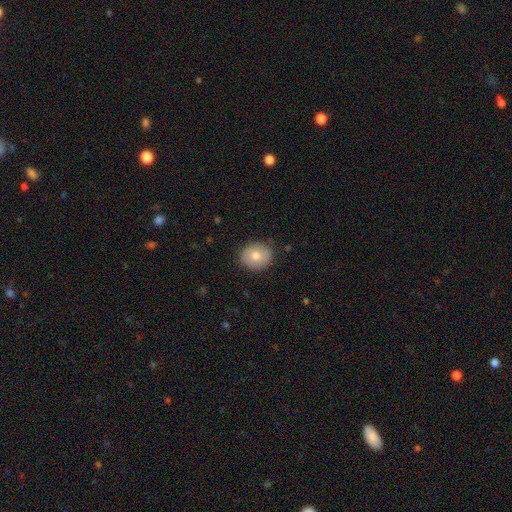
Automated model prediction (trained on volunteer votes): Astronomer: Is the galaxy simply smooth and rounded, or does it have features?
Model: smooth — 72%.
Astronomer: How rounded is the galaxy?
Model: round — 68%.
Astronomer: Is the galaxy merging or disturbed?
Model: none — 84%.